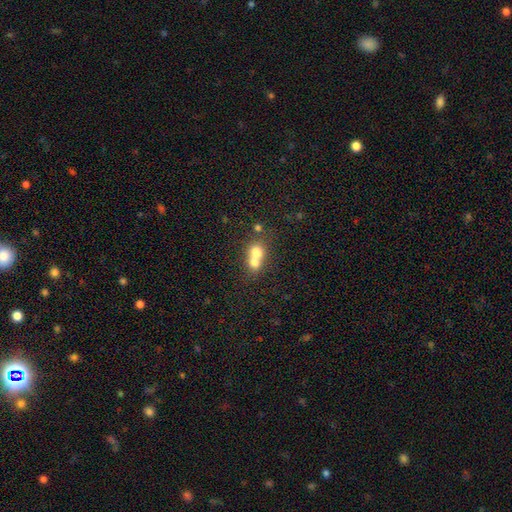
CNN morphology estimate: type=smooth (70%); roundness=round (68%); merging=merger (72%).